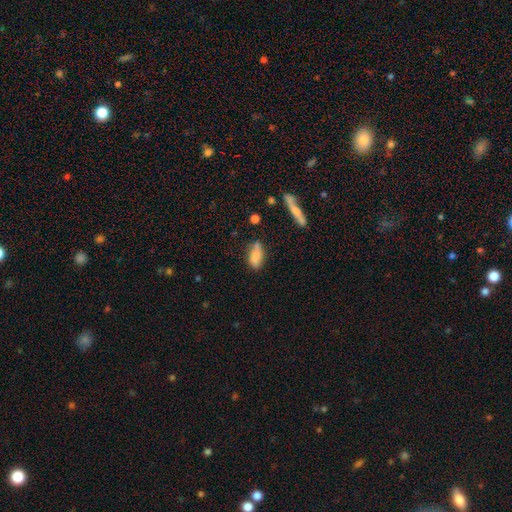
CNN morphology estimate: Smooth or featured?
  - smooth: 78% *
  - featured or disk: 13%
  - star or artifact: 9%
How rounded?
  - in between: 81% *
  - cigar-shaped: 15%
  - round: 4%
Merging?
  - none: 54% *
  - minor disturbance: 29%
  - merger: 9%
  - major disturbance: 8%